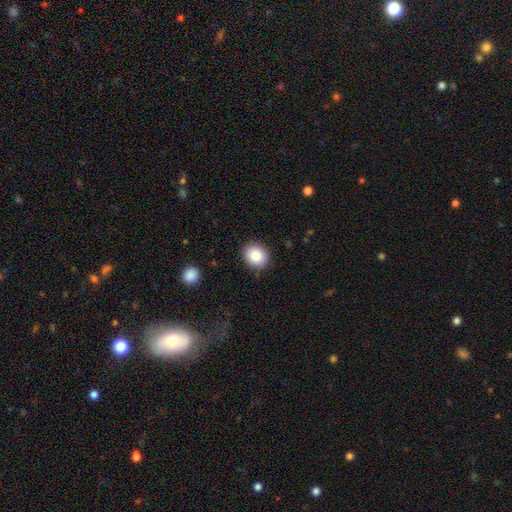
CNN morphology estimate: smooth_or_featured: smooth (p=0.85) [alt: star or artifact p=0.08]
how_rounded: round (p=0.65) [alt: in between p=0.34]
merging: none (p=0.87) [alt: minor disturbance p=0.09]